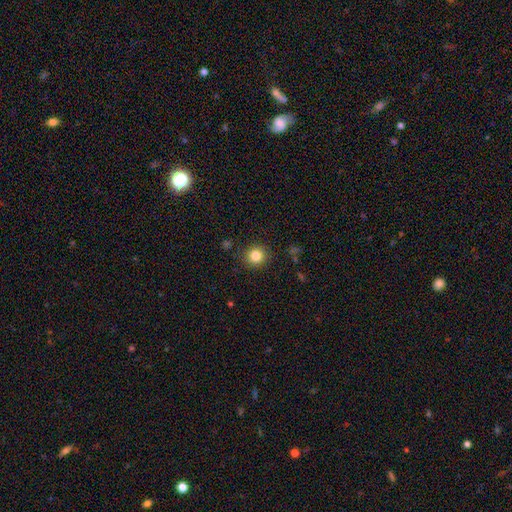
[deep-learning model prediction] Overall: smooth (83%). How rounded: round (91%). Merging: none (89%).